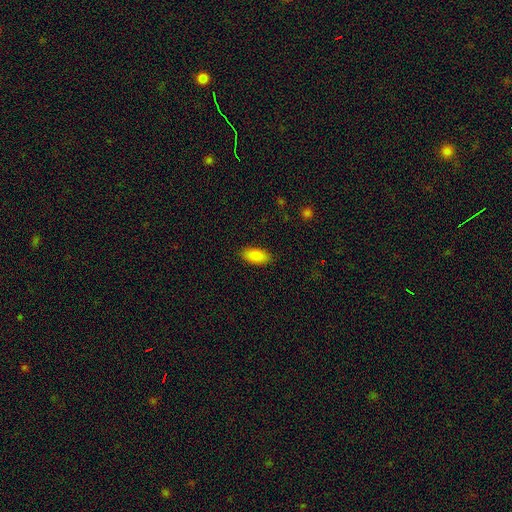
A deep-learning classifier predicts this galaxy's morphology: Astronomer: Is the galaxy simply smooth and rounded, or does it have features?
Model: smooth — 89%.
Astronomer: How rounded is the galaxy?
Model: in between — 92%.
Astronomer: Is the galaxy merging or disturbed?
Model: none — 88%.